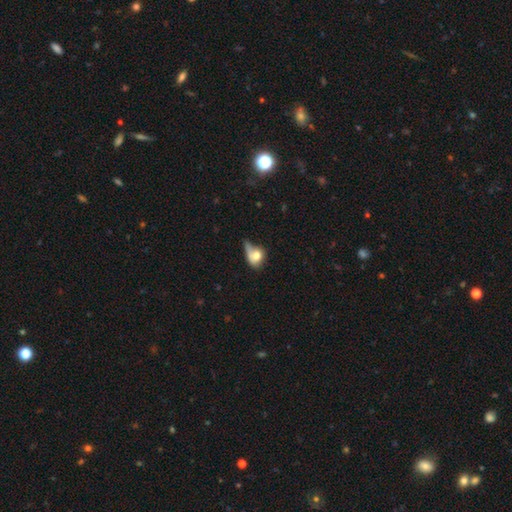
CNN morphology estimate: Overall: smooth (70%). How rounded: in between (55%; round 42%). Merging: major disturbance (32%; minor disturbance 25%).